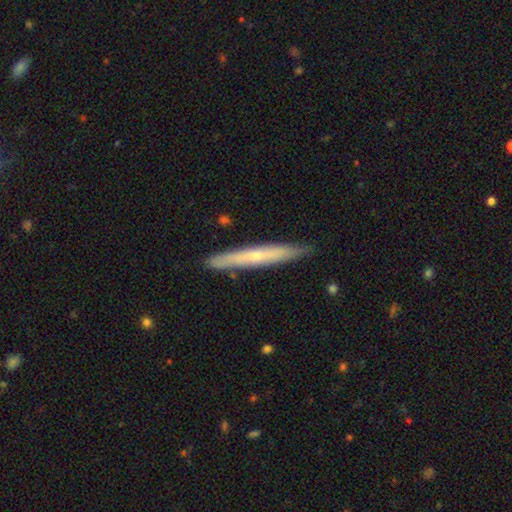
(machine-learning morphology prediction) type=featured or disk (49%); merging=none (86%).